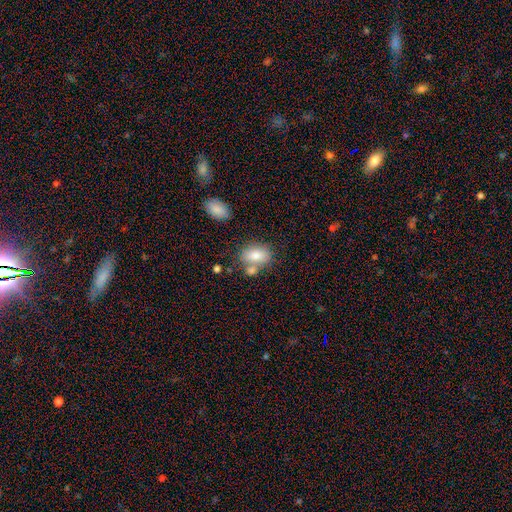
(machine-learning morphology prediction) This appears to be a smooth galaxy with no disk features (80%) that is in between round and cigar-shaped (81%). Merging: none (54%).